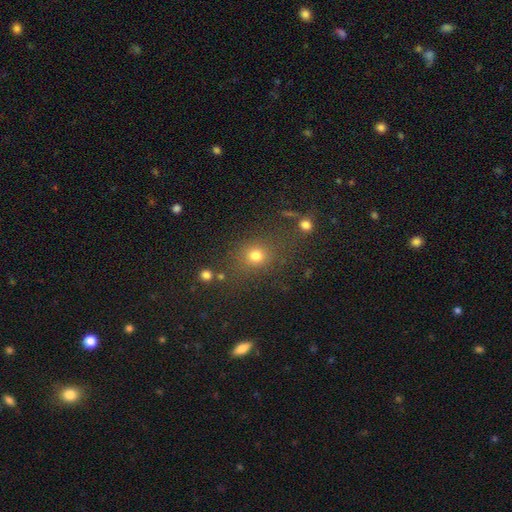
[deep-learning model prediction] Smooth or featured?
  - smooth: 73% *
  - star or artifact: 19%
  - featured or disk: 8%
How rounded?
  - round: 76% *
  - in between: 22%
  - cigar-shaped: 2%
Merging?
  - none: 73% *
  - minor disturbance: 11%
  - merger: 9%
  - major disturbance: 7%